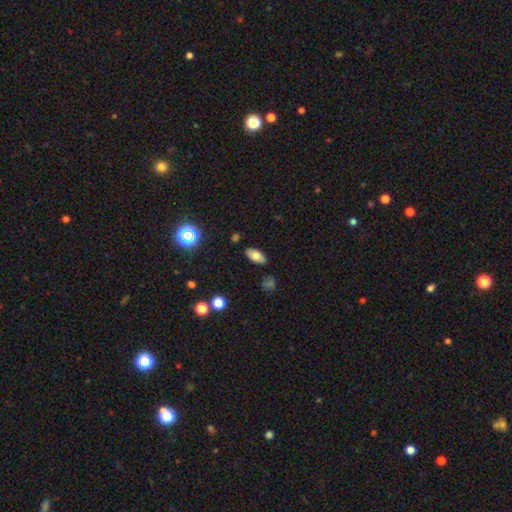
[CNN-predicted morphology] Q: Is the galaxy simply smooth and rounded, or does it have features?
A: smooth — 74%.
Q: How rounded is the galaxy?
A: in between — 91%.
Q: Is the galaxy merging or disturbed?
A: none — 85%.